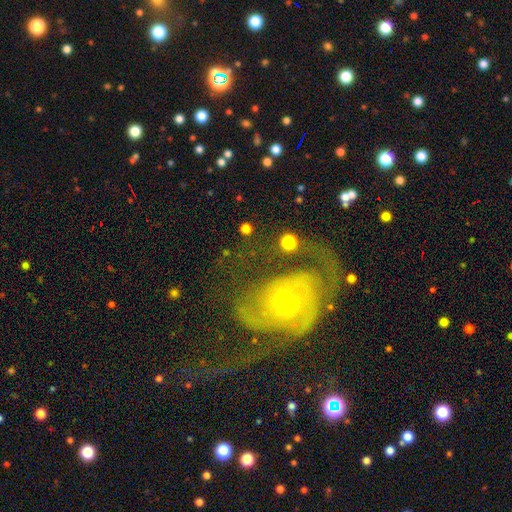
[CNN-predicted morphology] smooth_or_featured: featured or disk (p=0.75) [alt: smooth p=0.13]
disk_edge_on: no (p=0.96) [alt: yes p=0.04]
bar: no (p=0.75) [alt: weak p=0.19]
has_spiral_arms: yes (p=0.84) [alt: no p=0.16]
spiral_winding: tight (p=0.44) [alt: medium p=0.35]
spiral_arm_count: 2 (p=0.36) [alt: can't tell p=0.31]
bulge_size: small (p=0.50) [alt: moderate p=0.44]
merging: none (p=0.41) [alt: major disturbance p=0.37]